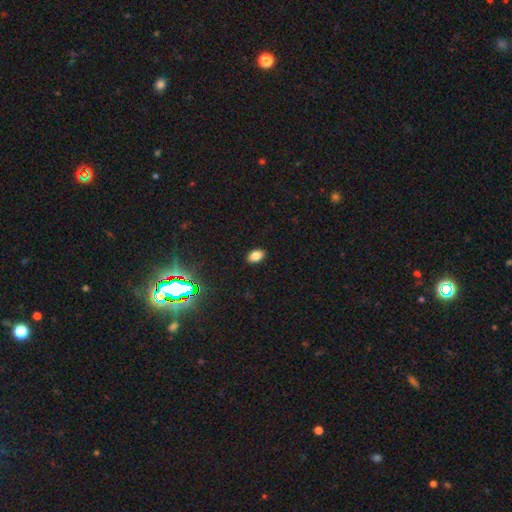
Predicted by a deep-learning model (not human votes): smooth-or-featured: smooth: 81% | star or artifact: 13% | featured or disk: 6%
  how-rounded: in between: 89% | round: 9% | cigar-shaped: 2%
  merging: none: 89% | minor disturbance: 8% | major disturbance: 2% | merger: 1%